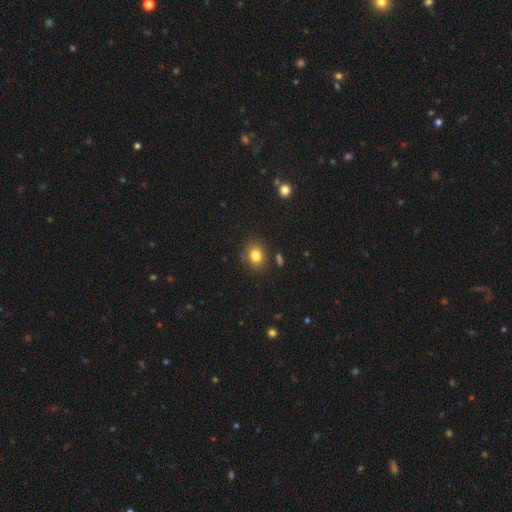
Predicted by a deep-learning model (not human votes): smooth_or_featured: smooth (p=0.81) [alt: star or artifact p=0.12]
how_rounded: round (p=0.62) [alt: in between p=0.37]
merging: none (p=0.82) [alt: minor disturbance p=0.11]